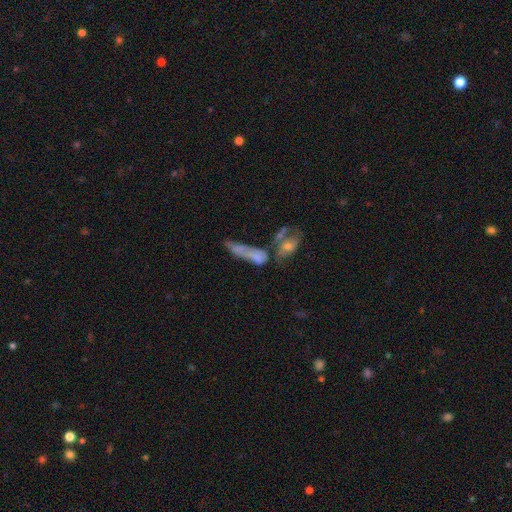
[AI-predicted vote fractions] Smooth or featured: smooth — 57% (featured or disk — 33%)
How rounded: in between — 50% (cigar-shaped — 44%)
Merging: merger — 49% (major disturbance — 20%)